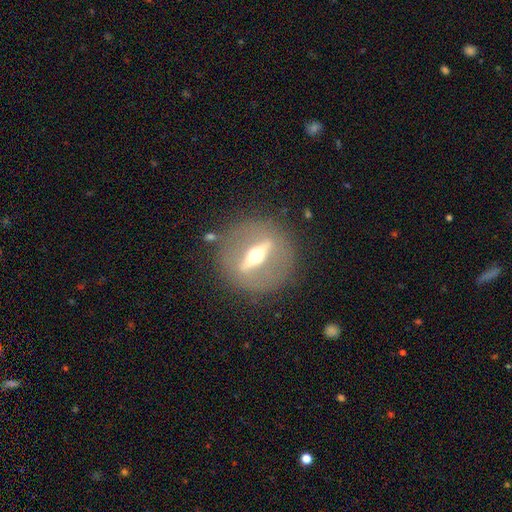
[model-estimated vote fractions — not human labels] A featured or disk galaxy (82%) viewed edge-on (59%). Merging: none (84%).